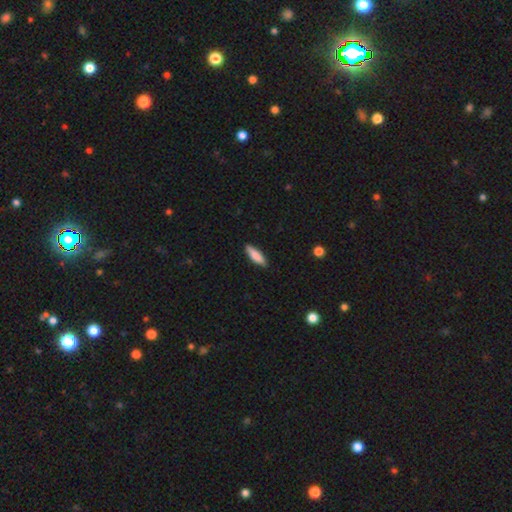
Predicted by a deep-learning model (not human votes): Smooth or featured?
  - smooth: 81% *
  - featured or disk: 13%
  - star or artifact: 6%
How rounded?
  - cigar-shaped: 57% *
  - in between: 41%
  - round: 2%
Merging?
  - none: 87% *
  - minor disturbance: 10%
  - major disturbance: 2%
  - merger: 1%